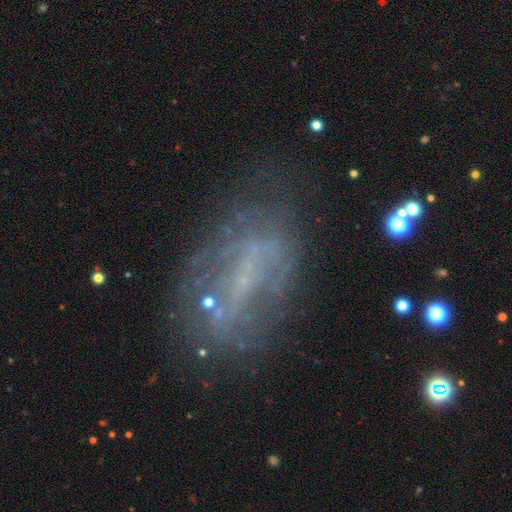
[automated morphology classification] featured or disk 62%, smooth 22%, star or artifact 16%. Down the decision tree: edge-on disk — no (94%); bar — no (54%); spiral arms — no (64%); bulge size — none (54%); merging — none (56%).